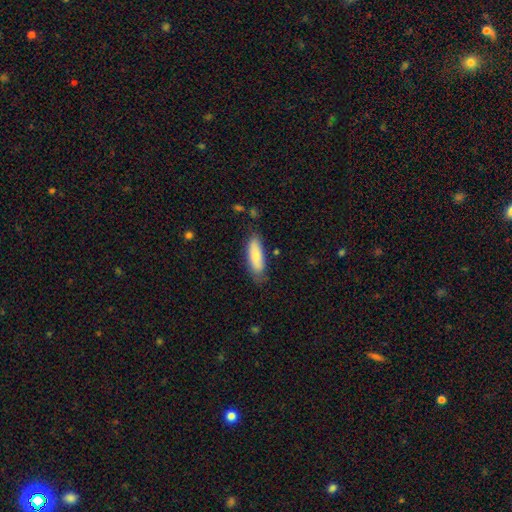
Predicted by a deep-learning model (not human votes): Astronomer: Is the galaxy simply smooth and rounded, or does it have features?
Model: smooth — 78%.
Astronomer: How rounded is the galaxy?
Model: in between — 60% (runner-up: cigar-shaped, 39%).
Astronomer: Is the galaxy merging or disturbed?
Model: none — 74%.